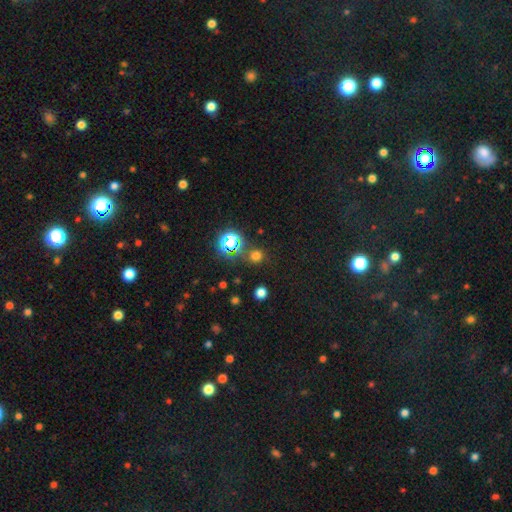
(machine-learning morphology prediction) smooth-or-featured: smooth: 64% | star or artifact: 31% | featured or disk: 6%
  how-rounded: round: 89% | in between: 10% | cigar-shaped: 1%
  merging: none: 81% | minor disturbance: 9% | merger: 6% | major disturbance: 4%